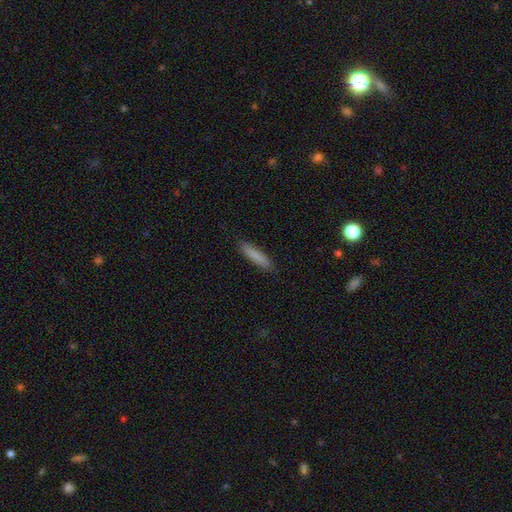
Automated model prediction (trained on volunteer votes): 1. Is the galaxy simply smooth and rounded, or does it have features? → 84% smooth, 10% featured or disk, 6% star or artifact.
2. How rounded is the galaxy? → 85% cigar-shaped, 14% in between, 1% round.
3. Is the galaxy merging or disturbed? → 89% none, 8% minor disturbance, 2% major disturbance, 1% merger.